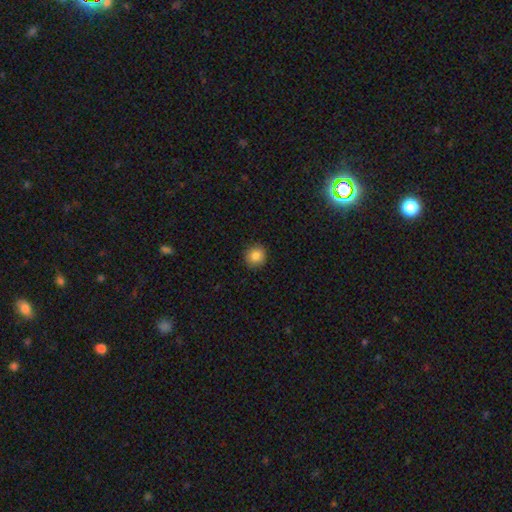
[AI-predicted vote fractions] Smooth or featured?
  - smooth: 85% *
  - star or artifact: 10%
  - featured or disk: 6%
How rounded?
  - round: 89% *
  - in between: 10%
  - cigar-shaped: 1%
Merging?
  - none: 90% *
  - minor disturbance: 7%
  - major disturbance: 2%
  - merger: 1%